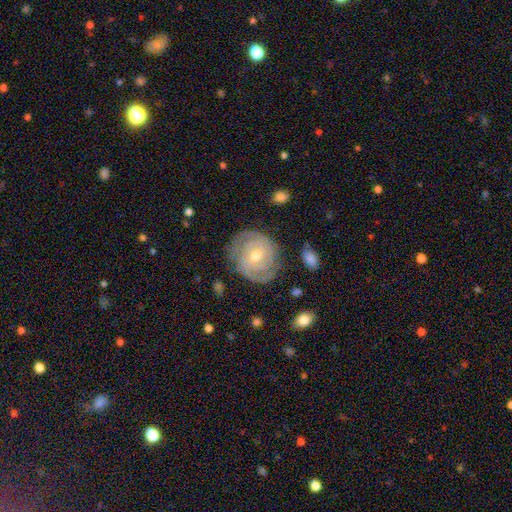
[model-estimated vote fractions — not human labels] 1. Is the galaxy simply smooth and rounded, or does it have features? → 85% featured or disk, 10% smooth, 6% star or artifact.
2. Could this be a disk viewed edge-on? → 97% no, 3% yes.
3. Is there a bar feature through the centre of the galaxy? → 55% no, 36% weak, 9% strong.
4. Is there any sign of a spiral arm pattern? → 95% yes, 5% no.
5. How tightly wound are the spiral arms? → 75% tight, 21% medium, 5% loose.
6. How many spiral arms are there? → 45% 2, 24% can't tell, 17% 3, 6% 4, 4% 1, 4% more than 4.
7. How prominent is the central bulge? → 57% moderate, 39% small, 2% large, 1% none, 1% dominant.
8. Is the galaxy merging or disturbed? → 79% none, 15% minor disturbance, 5% major disturbance, 1% merger.